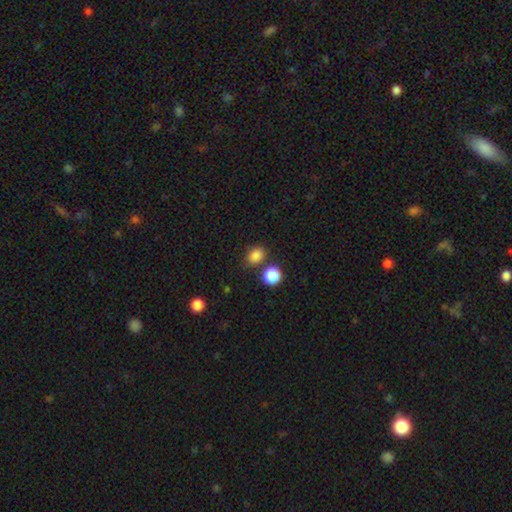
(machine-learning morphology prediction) Overall: smooth (85%). How rounded: in between (51%; round 47%). Merging: none (72%).